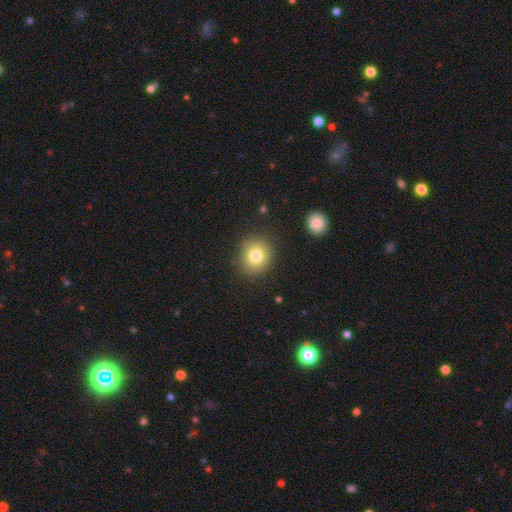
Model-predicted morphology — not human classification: This is likely a smooth galaxy (79%). How rounded: likely round (78%). Merging: clearly none (86%).